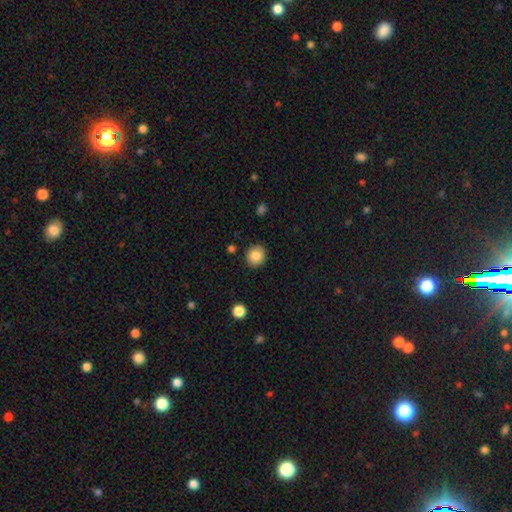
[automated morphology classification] smooth-or-featured: smooth: 87% | star or artifact: 9% | featured or disk: 5%
  how-rounded: round: 82% | in between: 17% | cigar-shaped: 1%
  merging: none: 89% | minor disturbance: 7% | major disturbance: 2% | merger: 2%